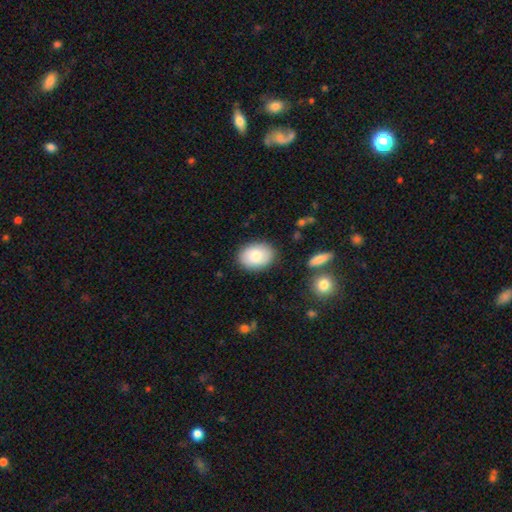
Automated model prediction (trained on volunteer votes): A smooth galaxy with no disk features (79%) that is in between round and cigar-shaped (70%).

Vote fractions:
- Smooth or featured? smooth: 79% / featured or disk: 15% / star or artifact: 7%
- How rounded? in between: 70% / round: 29% / cigar-shaped: 1%
- Merging? none: 85% / minor disturbance: 10% / major disturbance: 3% / merger: 2%